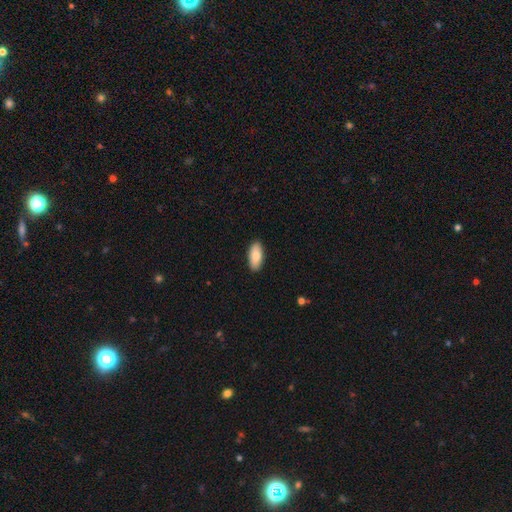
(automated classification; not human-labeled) Q: Smooth or featured?
A: smooth (85%); runner-up: featured or disk (9%)
Q: How rounded?
A: in between (87%); runner-up: cigar-shaped (11%)
Q: Merging?
A: none (90%); runner-up: minor disturbance (7%)